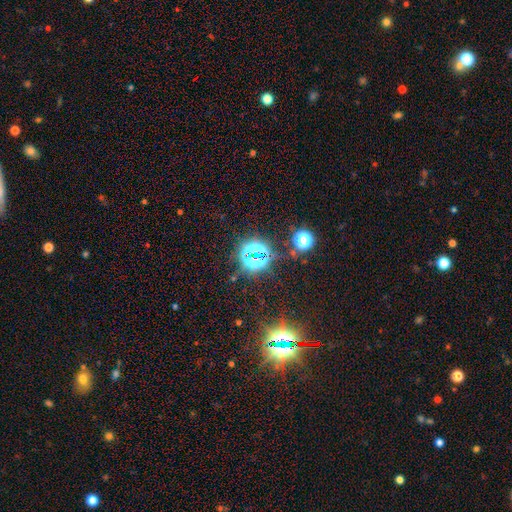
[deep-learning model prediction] Q: Smooth or featured?
A: star or artifact (73%); runner-up: smooth (18%)